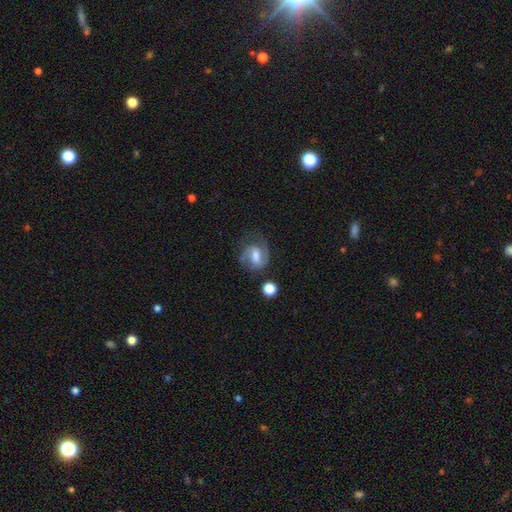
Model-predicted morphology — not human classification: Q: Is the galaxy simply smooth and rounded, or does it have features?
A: featured or disk — 72%.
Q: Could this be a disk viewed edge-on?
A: no — 97%.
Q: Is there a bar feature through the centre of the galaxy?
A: weak — 50%.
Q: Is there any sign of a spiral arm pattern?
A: yes — 92%.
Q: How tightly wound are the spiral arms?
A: medium — 52%.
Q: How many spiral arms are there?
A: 2 — 80%.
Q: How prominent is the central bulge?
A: moderate — 53%.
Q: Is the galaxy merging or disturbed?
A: none — 64%.